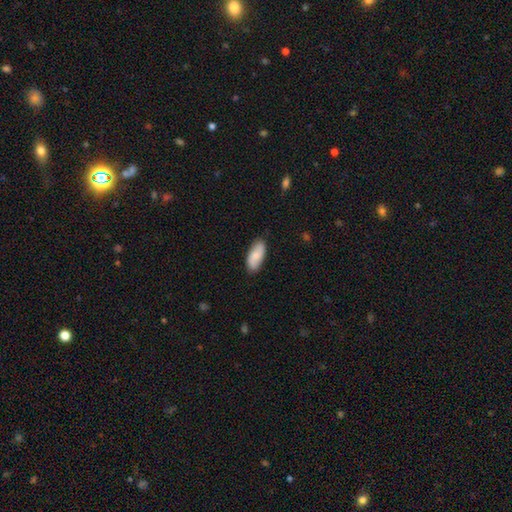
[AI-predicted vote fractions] This is likely a smooth galaxy (76%). How rounded: clearly in between (85%). Merging: clearly none (84%).